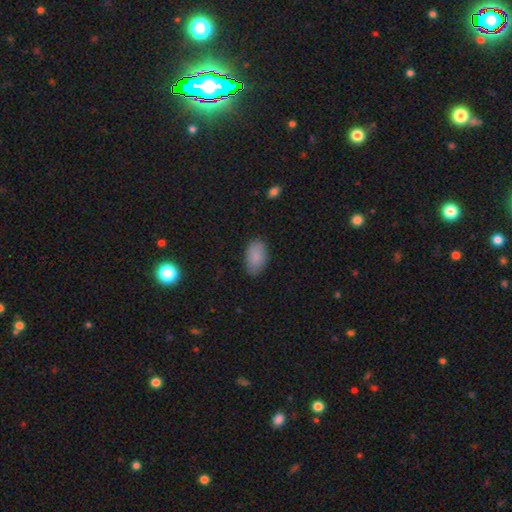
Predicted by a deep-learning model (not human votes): This appears to be a smooth galaxy with no disk features (87%) that is in between round and cigar-shaped (93%). Merging: none (80%).